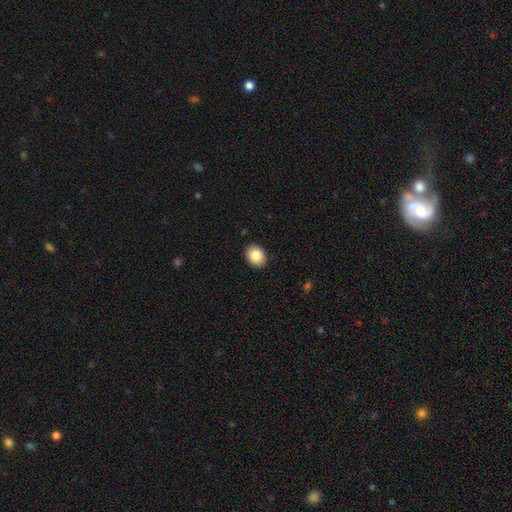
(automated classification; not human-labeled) Smooth or featured? smooth (86%)
How rounded? in between (62%)
Merging? none (89%)